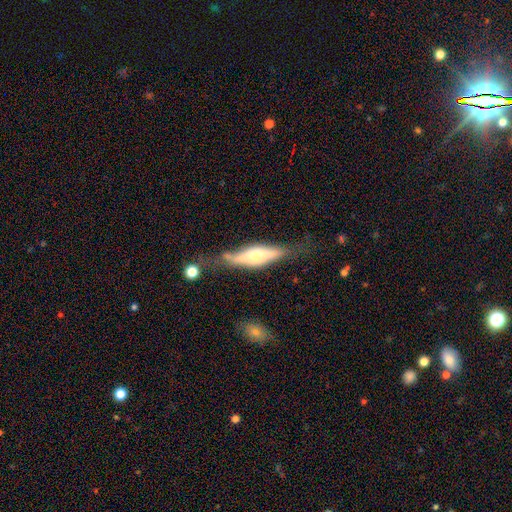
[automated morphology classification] Smooth or featured? featured or disk (56%)
Edge-on disk? yes (85%)
Merging? none (50%)